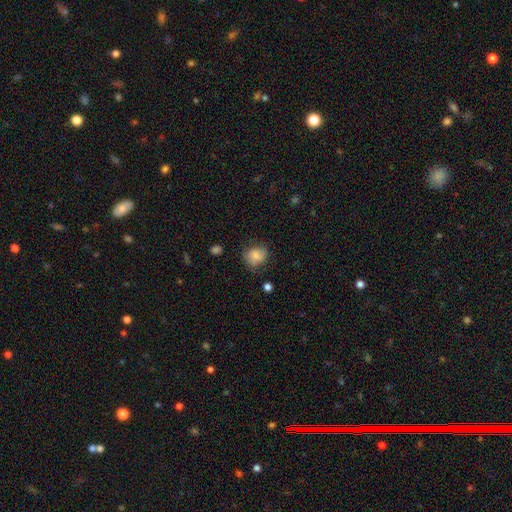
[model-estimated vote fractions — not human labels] Q: Smooth or featured?
A: smooth (81%); runner-up: featured or disk (11%)
Q: How rounded?
A: round (66%); runner-up: in between (34%)
Q: Merging?
A: none (67%); runner-up: minor disturbance (24%)